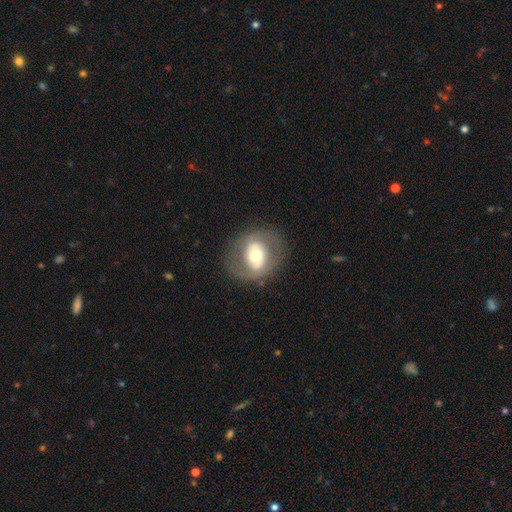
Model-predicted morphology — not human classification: type=featured or disk (52%); edge-on=no (94%); merging=none (74%).